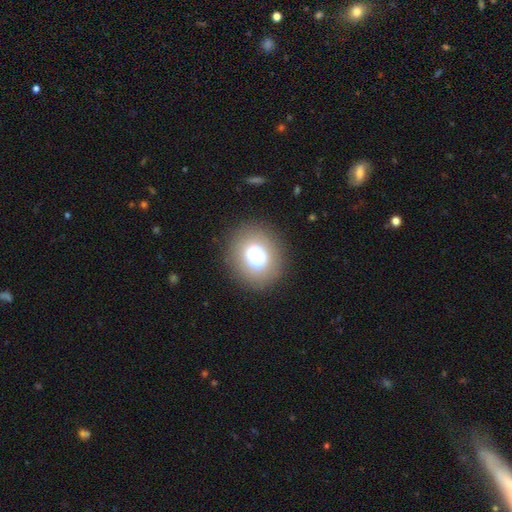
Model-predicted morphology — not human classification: Q: Smooth or featured?
A: smooth (66%); runner-up: featured or disk (24%)
Q: How rounded?
A: round (72%); runner-up: in between (27%)
Q: Merging?
A: none (85%); runner-up: minor disturbance (9%)